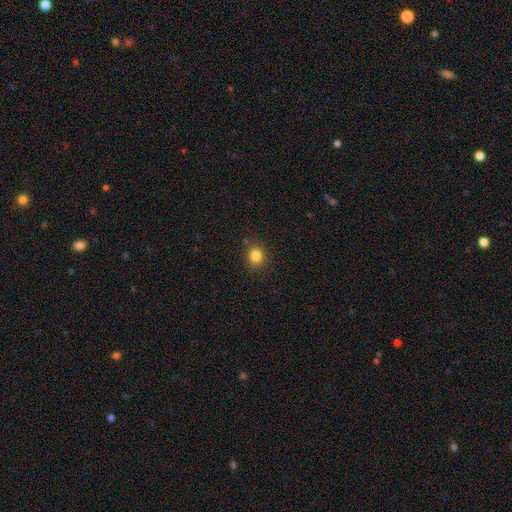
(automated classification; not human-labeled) The model was most divided on "how rounded": round: 79%, in between: 20%, cigar-shaped: 1%. More confident: merging — none (84%); smooth or featured — smooth (83%).